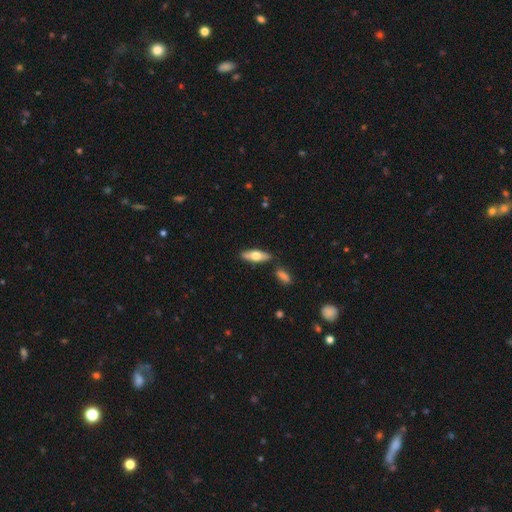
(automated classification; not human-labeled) A smooth galaxy with no disk features (57%) that is in between round and cigar-shaped (57%).

Vote fractions:
- Smooth or featured? smooth: 57% / featured or disk: 37% / star or artifact: 6%
- How rounded? in between: 57% / cigar-shaped: 41% / round: 2%
- Merging? none: 79% / minor disturbance: 12% / merger: 6% / major disturbance: 3%